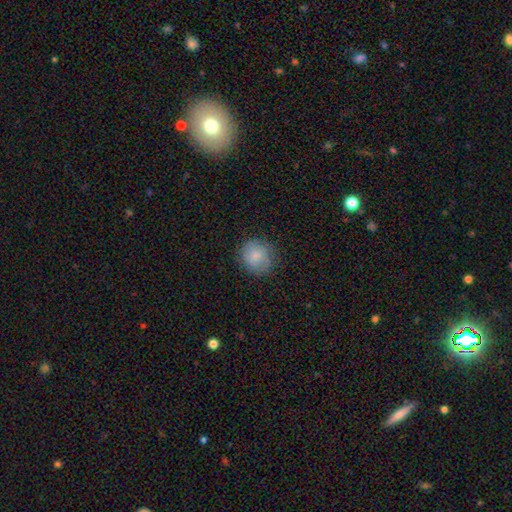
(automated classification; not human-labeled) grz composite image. It shows a smooth galaxy with no disk features (82%) that is round (89%). Merging: none (81%).